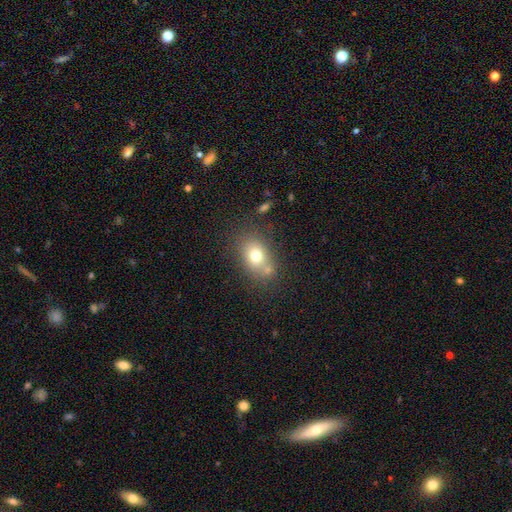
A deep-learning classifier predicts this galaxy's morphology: Overall: smooth (72%). How rounded: in between (66%; round 33%). Merging: none (61%).